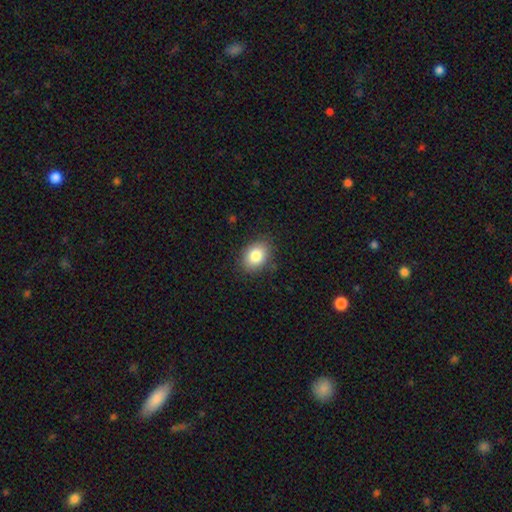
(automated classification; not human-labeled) Morphology: type=smooth (84%); roundness=in between (72%); merging=none (85%).